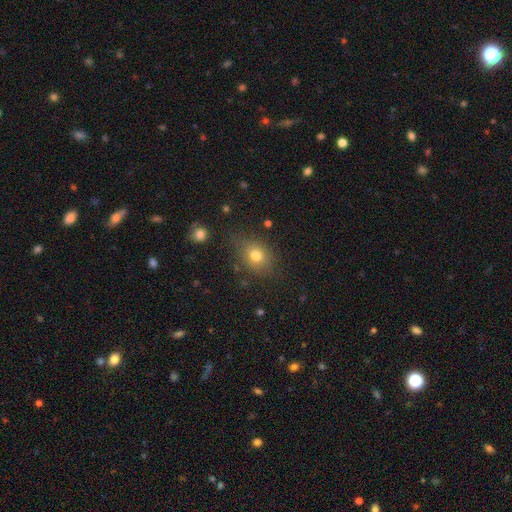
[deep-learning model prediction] Smooth or featured: smooth — 75% (star or artifact — 14%)
How rounded: round — 54% (in between — 45%)
Merging: none — 74% (minor disturbance — 17%)